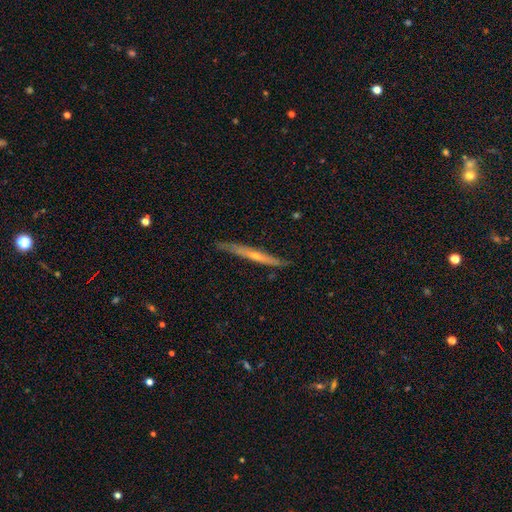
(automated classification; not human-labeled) Smooth or featured? Predicted: featured or disk (p=0.70). Edge-on disk? Predicted: yes (p=0.96). Edge-on bulge? Predicted: rounded (p=0.64). Merging? Predicted: none (p=0.85).